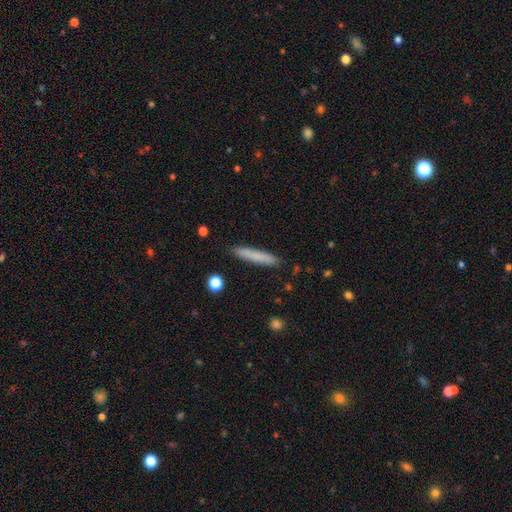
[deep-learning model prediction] Smooth or featured? Predicted: smooth (p=0.79). How rounded? Predicted: cigar-shaped (p=0.93). Merging? Predicted: none (p=0.89).